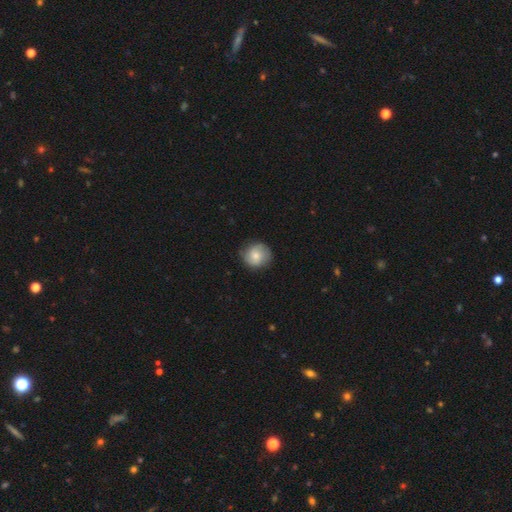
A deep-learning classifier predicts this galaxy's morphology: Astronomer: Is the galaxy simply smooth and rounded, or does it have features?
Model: smooth — 73%.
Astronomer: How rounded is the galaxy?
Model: round — 89%.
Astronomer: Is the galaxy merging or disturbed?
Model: none — 79%.